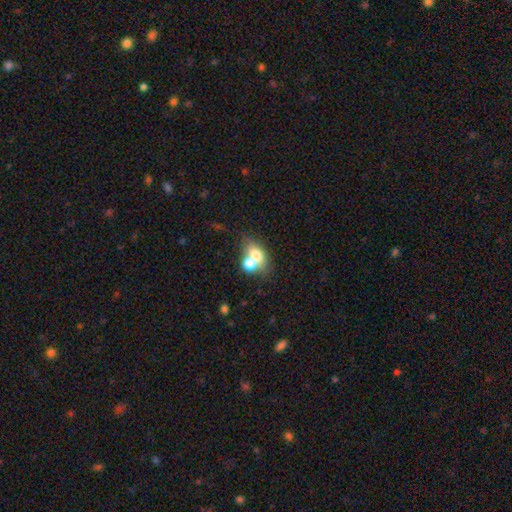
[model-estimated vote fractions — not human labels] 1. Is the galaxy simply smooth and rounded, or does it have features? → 68% smooth, 22% featured or disk, 10% star or artifact.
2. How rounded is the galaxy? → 68% in between, 30% round, 2% cigar-shaped.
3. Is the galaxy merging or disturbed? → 58% merger, 29% none, 9% minor disturbance, 5% major disturbance.